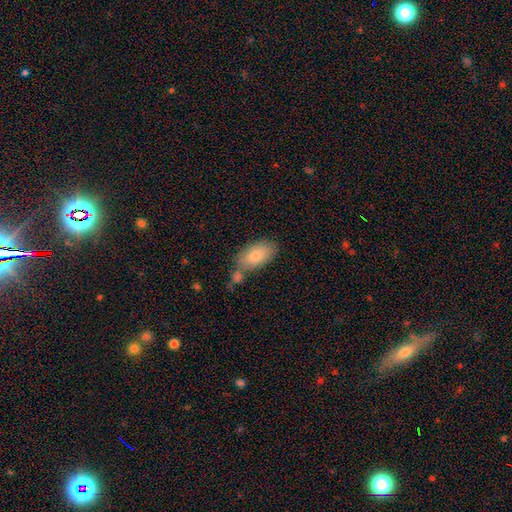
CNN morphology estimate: Q: Smooth or featured?
A: smooth (81%); runner-up: featured or disk (12%)
Q: How rounded?
A: in between (93%); runner-up: round (4%)
Q: Merging?
A: none (60%); runner-up: merger (18%)